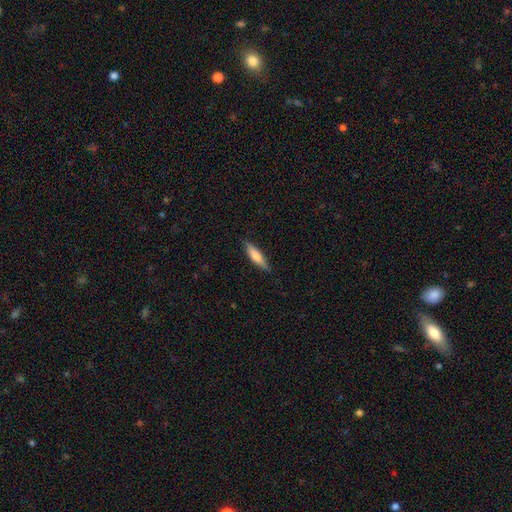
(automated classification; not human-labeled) A smooth galaxy with no disk features (66%) that is cigar-shaped (75%). Merging: none (87%).